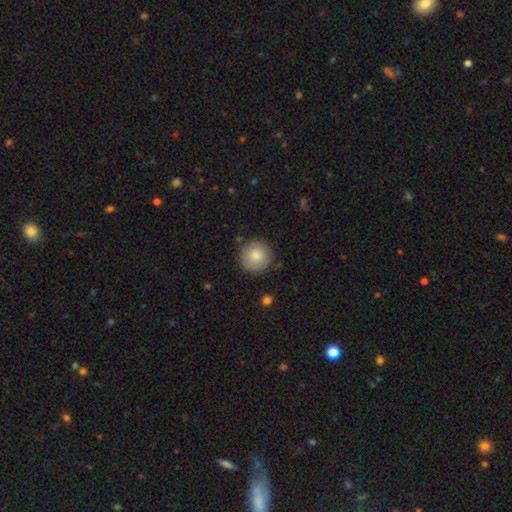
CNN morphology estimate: Smooth or featured?
  - smooth: 84% *
  - featured or disk: 8%
  - star or artifact: 8%
How rounded?
  - round: 95% *
  - in between: 4%
  - cigar-shaped: 1%
Merging?
  - none: 87% *
  - minor disturbance: 9%
  - major disturbance: 3%
  - merger: 2%